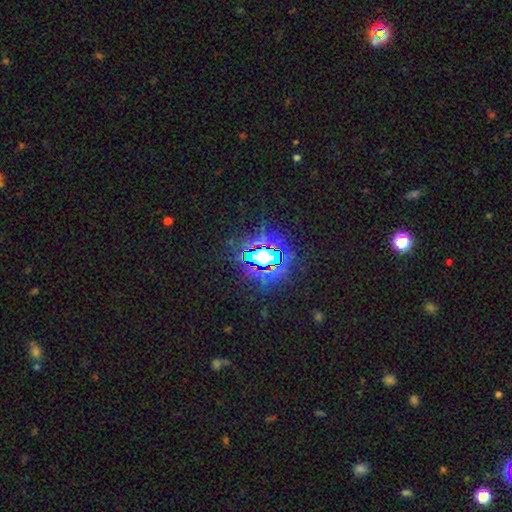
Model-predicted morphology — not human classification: This appears to be a star or artifact, not a galaxy (78%).